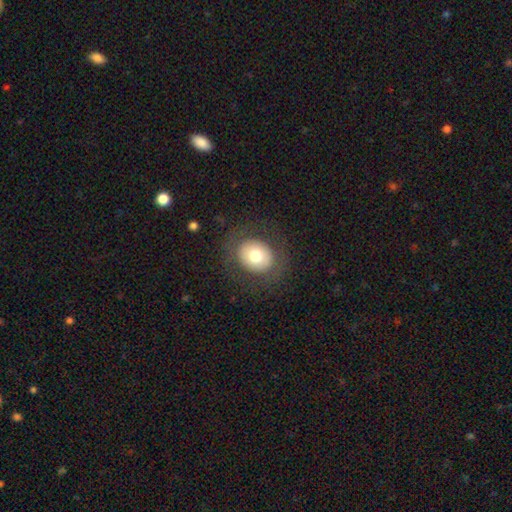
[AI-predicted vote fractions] Q: Smooth or featured?
A: smooth (71%); runner-up: featured or disk (21%)
Q: How rounded?
A: round (62%); runner-up: in between (37%)
Q: Merging?
A: none (81%); runner-up: minor disturbance (10%)